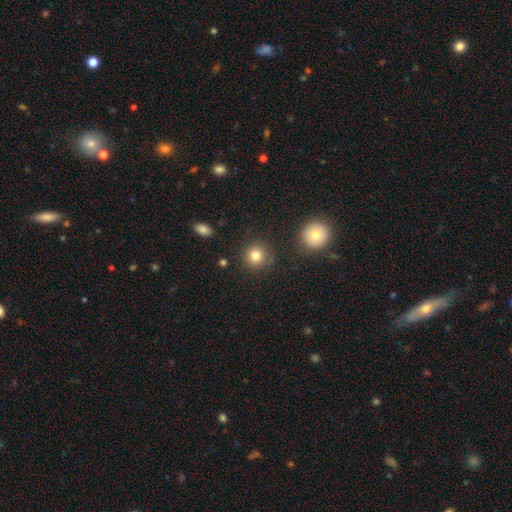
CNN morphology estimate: Smooth or featured? Predicted: smooth (p=0.82). How rounded? Predicted: round (p=0.92). Merging? Predicted: none (p=0.86).